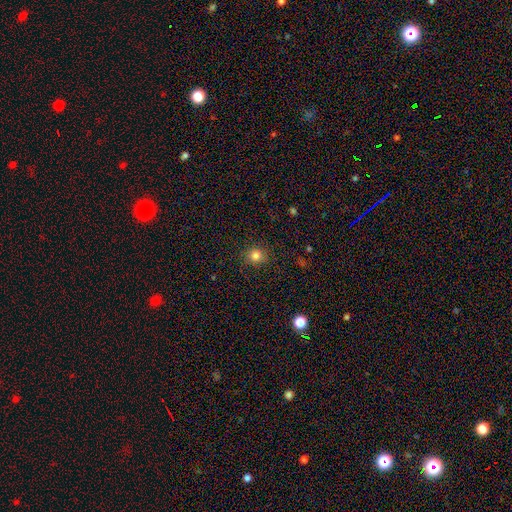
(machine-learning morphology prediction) Q: Smooth or featured?
A: smooth (82%); runner-up: star or artifact (13%)
Q: How rounded?
A: round (85%); runner-up: in between (15%)
Q: Merging?
A: none (88%); runner-up: minor disturbance (8%)